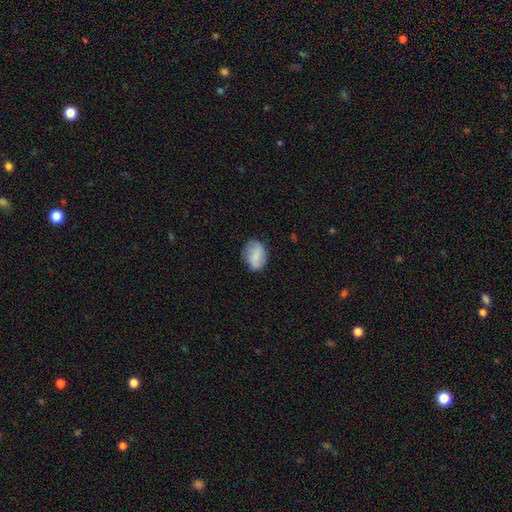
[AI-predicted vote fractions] smooth-or-featured: smooth: 72% | featured or disk: 20% | star or artifact: 8%
  how-rounded: in between: 77% | round: 21% | cigar-shaped: 1%
  merging: none: 73% | minor disturbance: 20% | major disturbance: 5% | merger: 1%